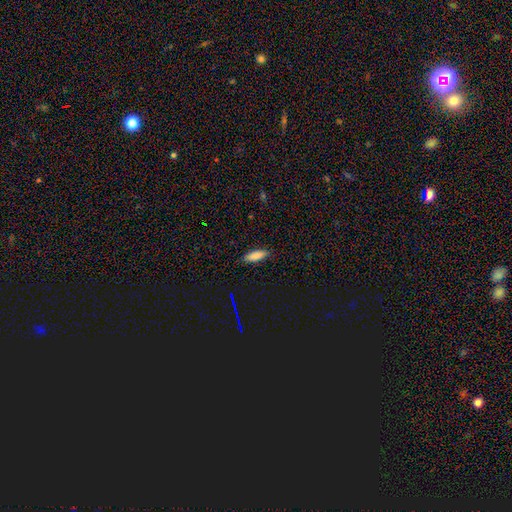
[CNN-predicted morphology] A smooth galaxy with no disk features (82%) that is in between round and cigar-shaped (53%). Merging: none (87%).